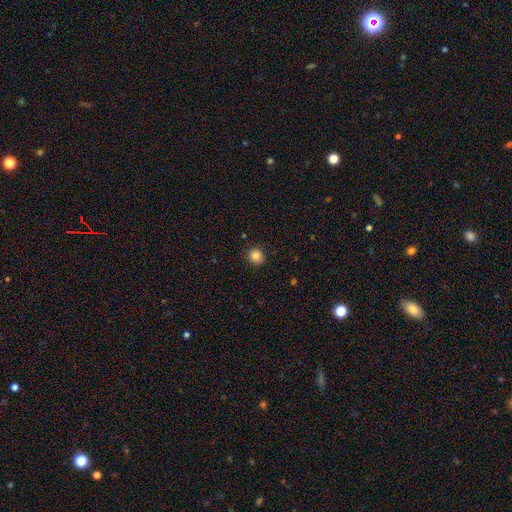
Volunteers were most divided on "how rounded": round: 85%, in between: 15%, cigar-shaped: 0%. More confident: merging — none (97%); smooth or featured — smooth (85%).